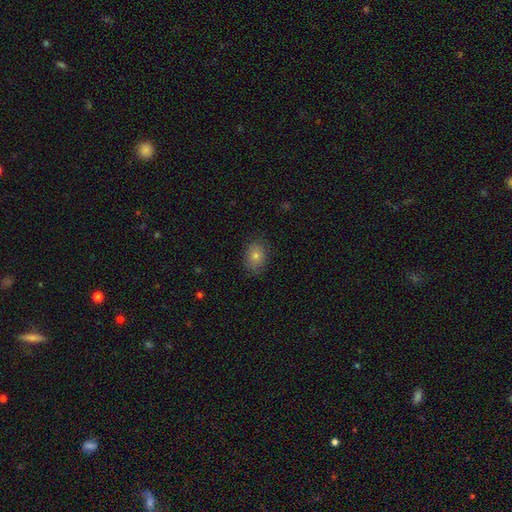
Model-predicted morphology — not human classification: Smooth or featured: smooth — 76% (star or artifact — 13%)
How rounded: in between — 58% (round — 40%)
Merging: none — 83% (minor disturbance — 13%)